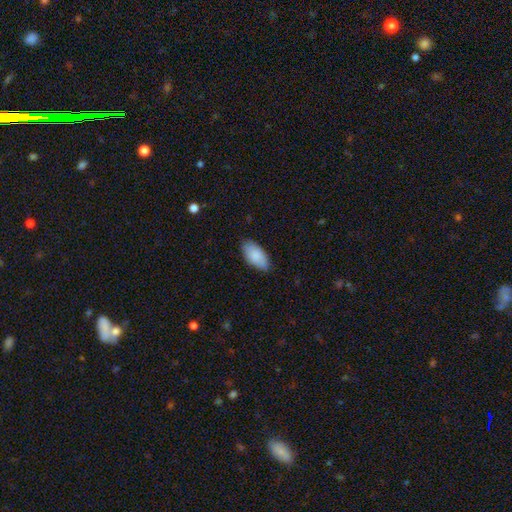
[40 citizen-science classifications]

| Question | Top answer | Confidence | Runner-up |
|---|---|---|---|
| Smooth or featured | smooth | 88% | star or artifact (10%) |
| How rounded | in between | 94% | cigar-shaped (6%) |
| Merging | none | 72% | minor disturbance (25%) |